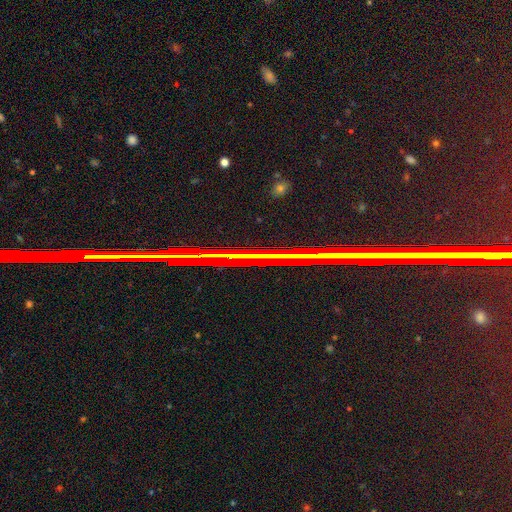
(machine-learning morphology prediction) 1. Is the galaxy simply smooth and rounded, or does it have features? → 85% star or artifact, 9% featured or disk, 6% smooth.